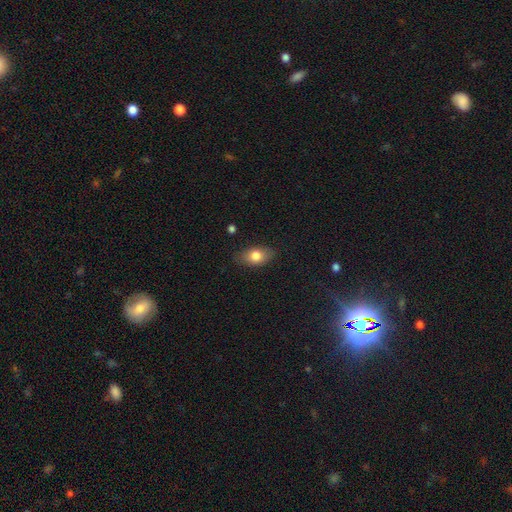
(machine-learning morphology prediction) smooth_or_featured: smooth (p=0.78) [alt: featured or disk p=0.14]
how_rounded: in between (p=0.86) [alt: round p=0.11]
merging: none (p=0.83) [alt: minor disturbance p=0.13]